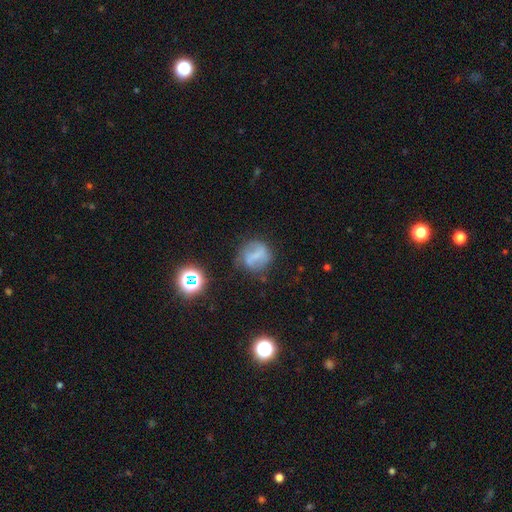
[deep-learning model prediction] Morphology: type=featured or disk (44%); merging=none (56%).